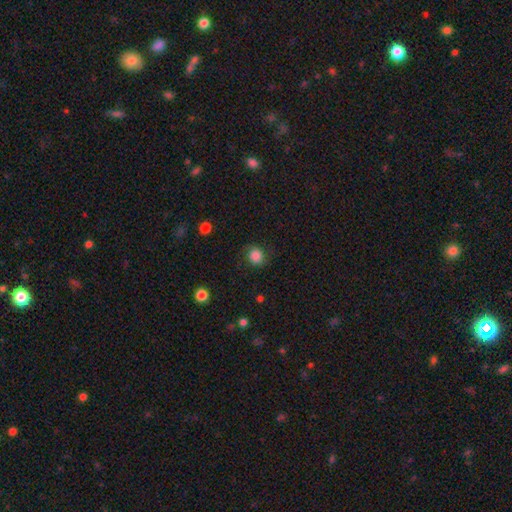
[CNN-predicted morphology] The model was most divided on "merging": none: 77%, minor disturbance: 15%, major disturbance: 6%, merger: 1%. More confident: smooth or featured — smooth (84%); how rounded — round (81%).